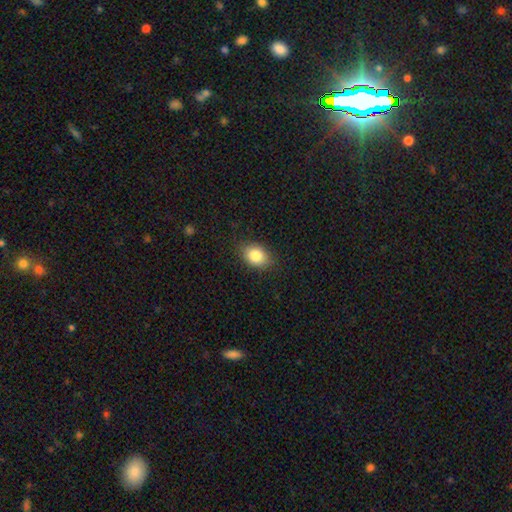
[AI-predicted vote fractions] Smooth or featured: smooth — 84% (star or artifact — 9%)
How rounded: in between — 71% (round — 28%)
Merging: none — 84% (minor disturbance — 12%)